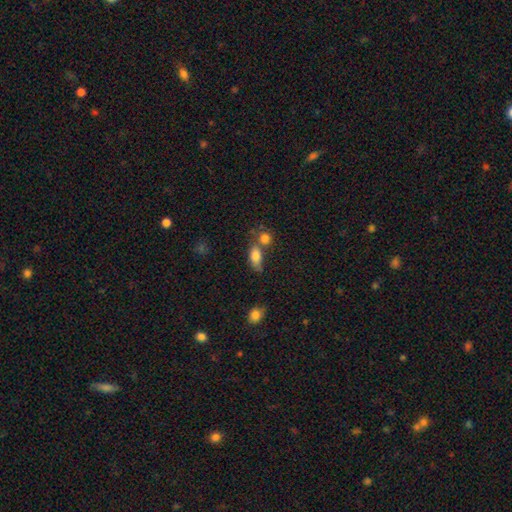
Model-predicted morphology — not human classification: Smooth or featured?
  - smooth: 82% *
  - star or artifact: 9%
  - featured or disk: 9%
How rounded?
  - in between: 82% *
  - round: 11%
  - cigar-shaped: 7%
Merging?
  - merger: 39% *
  - none: 37%
  - minor disturbance: 16%
  - major disturbance: 8%